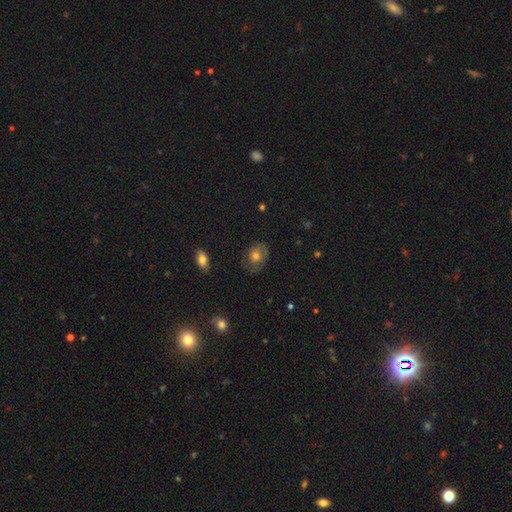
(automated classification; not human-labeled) Morphology: type=smooth (47%); merging=none (68%).